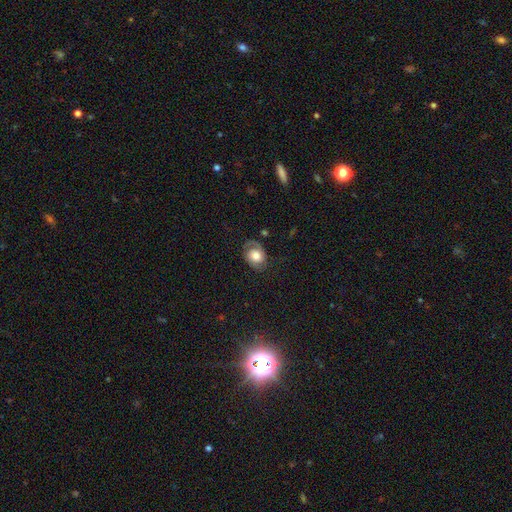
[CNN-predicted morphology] Q: Smooth or featured?
A: featured or disk (48%); runner-up: smooth (43%)
Q: Merging?
A: none (65%); runner-up: minor disturbance (21%)